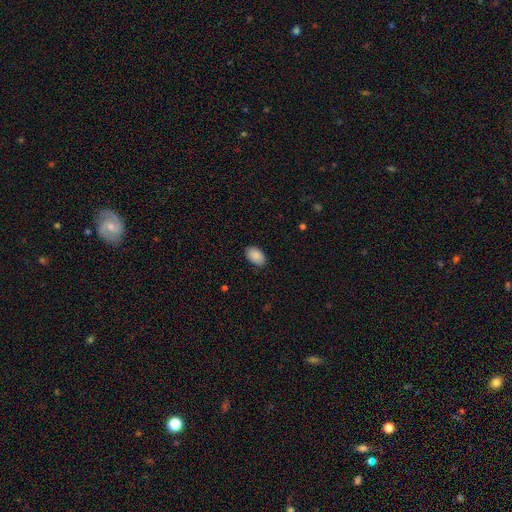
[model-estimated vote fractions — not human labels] This appears to be a smooth galaxy with no disk features (90%) that is in between round and cigar-shaped (91%). Merging: none (89%).